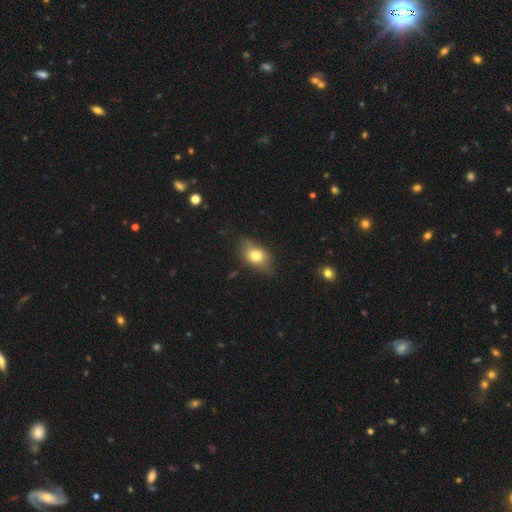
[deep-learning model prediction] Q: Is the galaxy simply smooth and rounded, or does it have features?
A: smooth — 74%.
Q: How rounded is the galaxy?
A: in between — 79%.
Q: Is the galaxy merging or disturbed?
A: none — 70%.